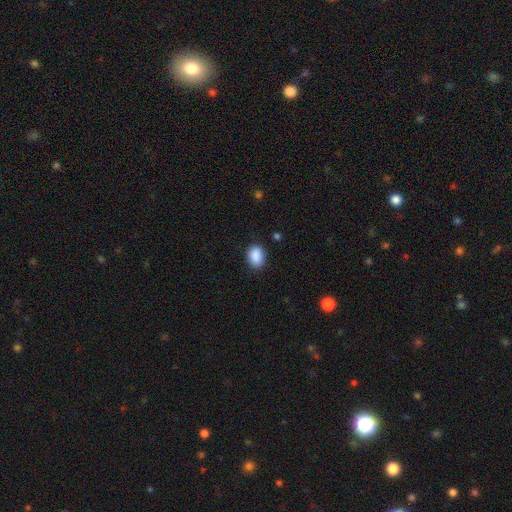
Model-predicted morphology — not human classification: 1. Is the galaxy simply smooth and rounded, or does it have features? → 89% smooth, 8% star or artifact, 3% featured or disk.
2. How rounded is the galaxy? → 74% in between, 25% round, 1% cigar-shaped.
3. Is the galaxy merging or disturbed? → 85% none, 11% minor disturbance, 3% major disturbance, 1% merger.